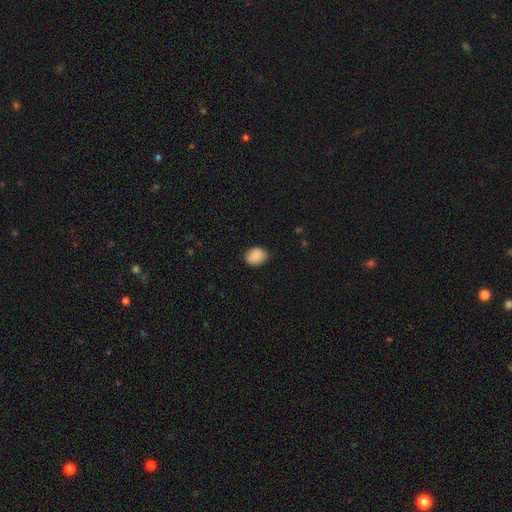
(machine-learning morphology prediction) This is clearly a smooth galaxy (89%). How rounded: likely in between (62%). Merging: clearly none (80%).